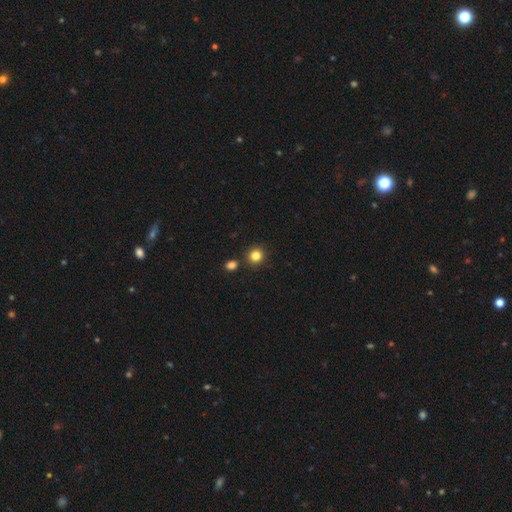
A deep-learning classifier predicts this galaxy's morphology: Smooth or featured? Predicted: smooth (p=0.83). How rounded? Predicted: round (p=0.89). Merging? Predicted: none (p=0.85).